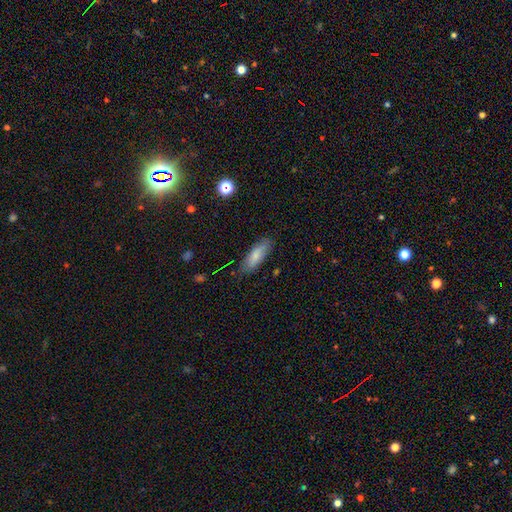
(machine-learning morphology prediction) Smooth or featured? smooth (80%)
How rounded? in between (61%)
Merging? none (80%)